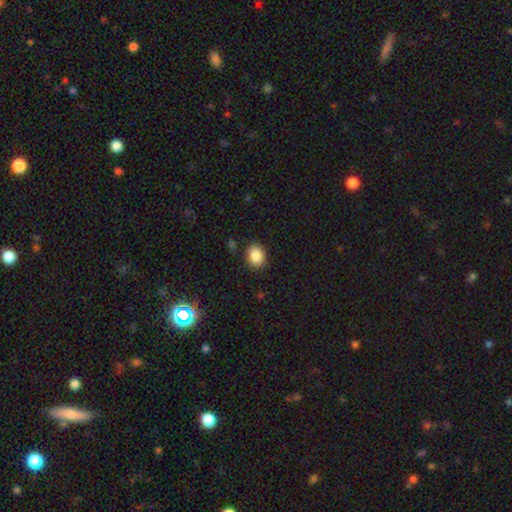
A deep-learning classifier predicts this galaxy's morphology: Smooth or featured? smooth (87%)
How rounded? in between (53%)
Merging? none (86%)